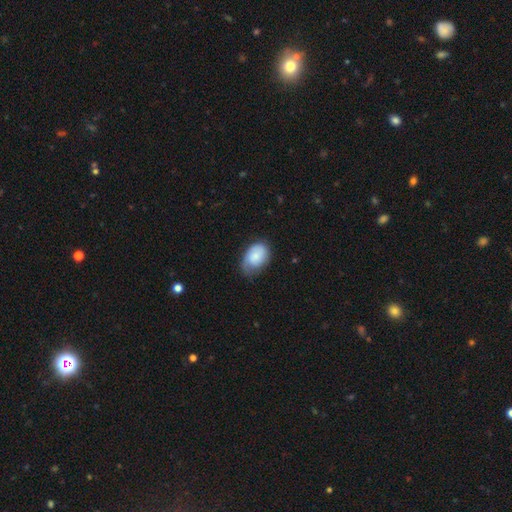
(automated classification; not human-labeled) Overall: smooth (76%). How rounded: in between (85%). Merging: none (51%; minor disturbance 37%).